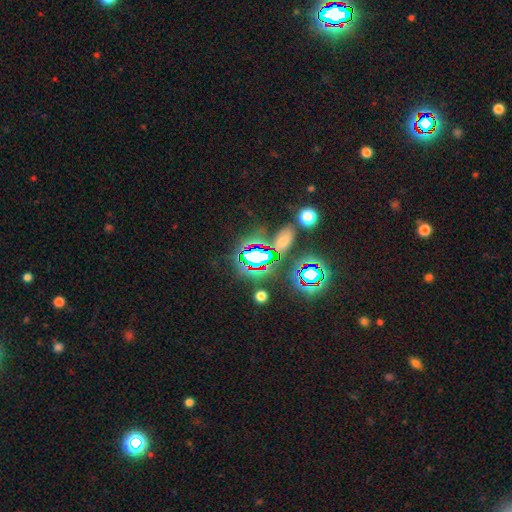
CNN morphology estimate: Smooth or featured? Predicted: star or artifact (p=0.64).